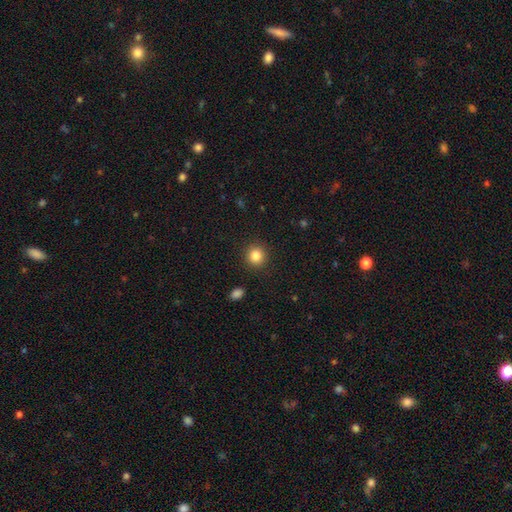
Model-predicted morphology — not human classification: Overall: smooth (85%). How rounded: round (91%). Merging: none (90%).